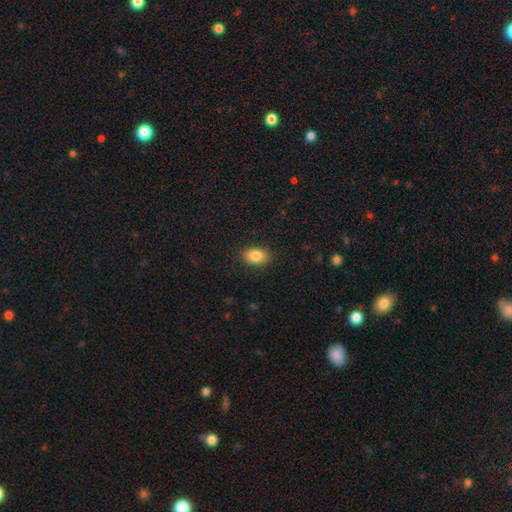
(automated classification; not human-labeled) Smooth or featured?
  - smooth: 86% *
  - star or artifact: 8%
  - featured or disk: 6%
How rounded?
  - in between: 84% *
  - round: 15%
  - cigar-shaped: 1%
Merging?
  - none: 88% *
  - minor disturbance: 8%
  - major disturbance: 2%
  - merger: 1%